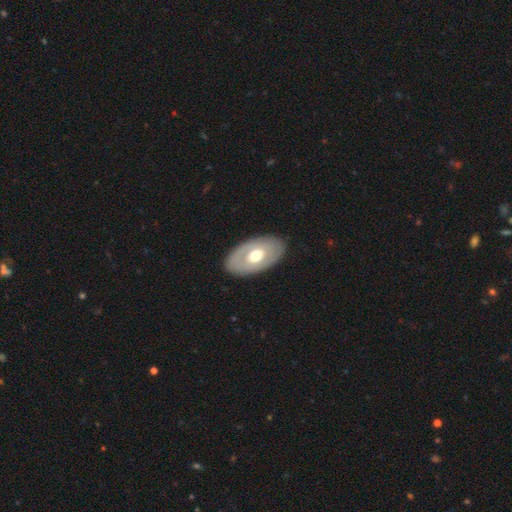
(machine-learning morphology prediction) smooth_or_featured: featured or disk (p=0.50) [alt: smooth p=0.45]
disk_edge_on: no (p=0.88) [alt: yes p=0.12]
merging: none (p=0.85) [alt: minor disturbance p=0.10]